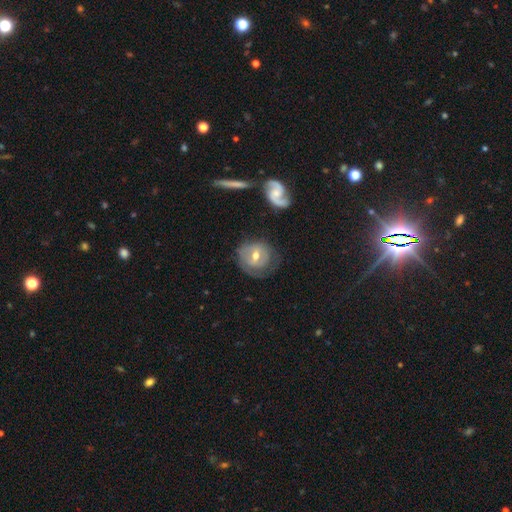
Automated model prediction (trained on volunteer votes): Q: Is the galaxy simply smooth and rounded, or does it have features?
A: featured or disk — 64%.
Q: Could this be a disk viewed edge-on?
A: no — 95%.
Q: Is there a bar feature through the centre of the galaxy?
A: weak — 47%.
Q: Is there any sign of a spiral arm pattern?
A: yes — 69%.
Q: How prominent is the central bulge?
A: moderate — 70%.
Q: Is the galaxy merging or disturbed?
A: none — 63%.